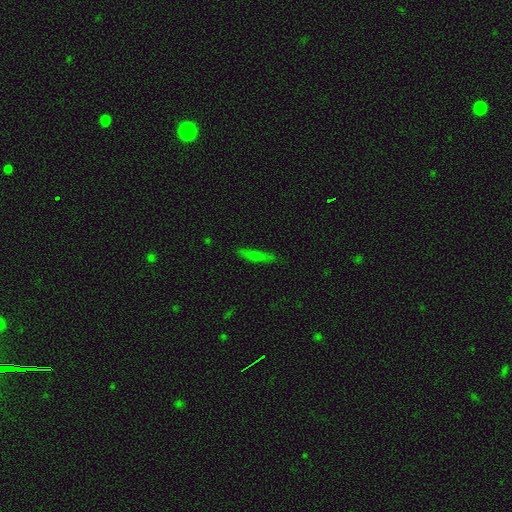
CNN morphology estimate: smooth_or_featured: smooth (p=0.66) [alt: featured or disk p=0.23]
how_rounded: cigar-shaped (p=0.87) [alt: in between p=0.11]
merging: none (p=0.84) [alt: minor disturbance p=0.12]